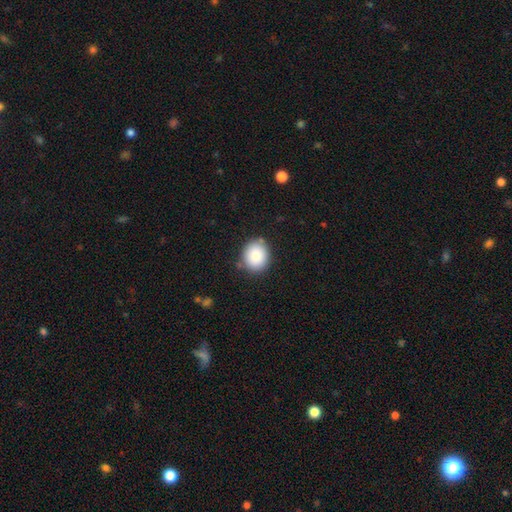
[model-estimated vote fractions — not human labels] smooth_or_featured: smooth (p=0.86) [alt: star or artifact p=0.08]
how_rounded: round (p=0.73) [alt: in between p=0.27]
merging: none (p=0.82) [alt: minor disturbance p=0.12]